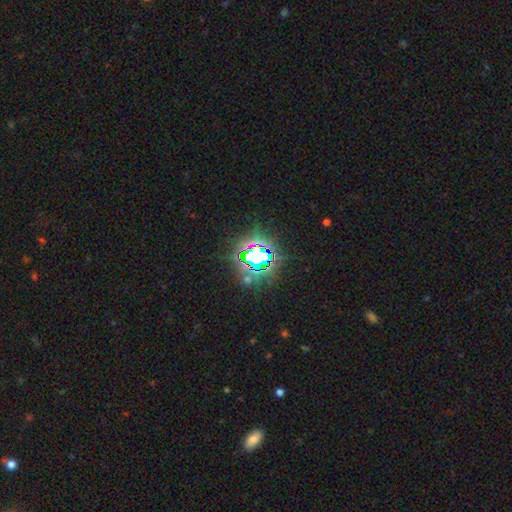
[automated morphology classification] This is likely a star or artifact rather than a galaxy (78%).